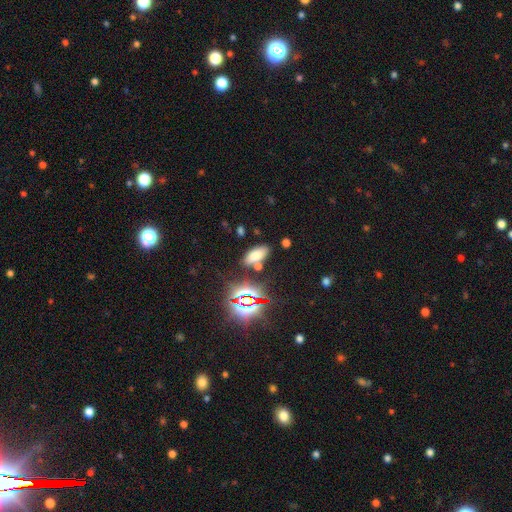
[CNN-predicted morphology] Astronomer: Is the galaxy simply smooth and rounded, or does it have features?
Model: smooth — 65%.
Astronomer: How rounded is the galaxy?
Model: in between — 84%.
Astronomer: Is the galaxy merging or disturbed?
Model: none — 75%.